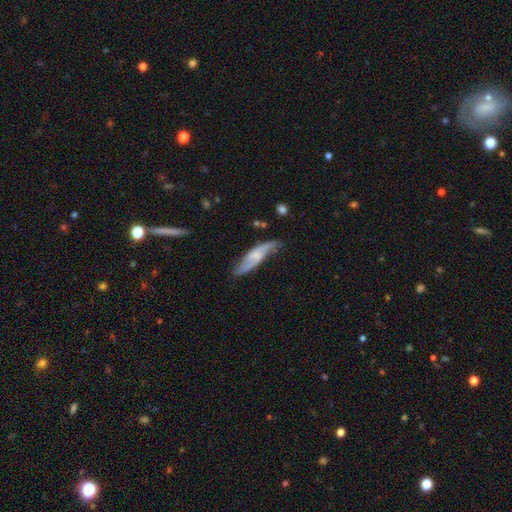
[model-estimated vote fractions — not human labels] This is likely a featured or disk galaxy (66%). It is likely not viewed edge-on (73%). Merging: likely none (64%).